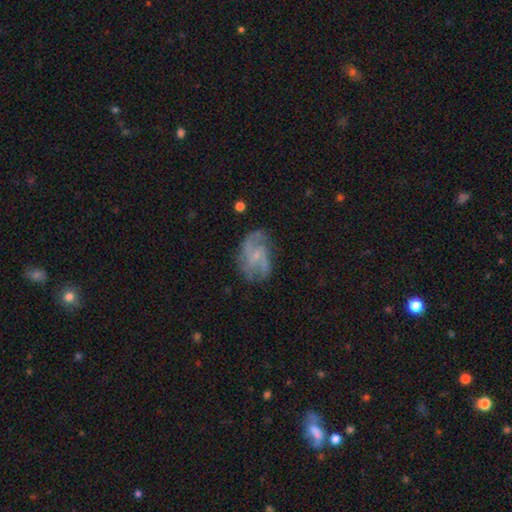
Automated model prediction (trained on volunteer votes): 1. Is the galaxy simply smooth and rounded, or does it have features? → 76% featured or disk, 16% smooth, 7% star or artifact.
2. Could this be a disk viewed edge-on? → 98% no, 2% yes.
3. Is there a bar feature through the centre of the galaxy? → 53% no, 39% weak, 7% strong.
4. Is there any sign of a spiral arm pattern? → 90% yes, 10% no.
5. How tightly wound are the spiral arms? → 46% medium, 32% loose, 21% tight.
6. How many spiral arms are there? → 48% 2, 20% can't tell, 18% 3, 5% 4, 5% 1, 4% more than 4.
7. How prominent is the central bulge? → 69% small, 15% none, 14% moderate, 1% large, 1% dominant.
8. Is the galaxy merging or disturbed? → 61% none, 23% minor disturbance, 13% major disturbance, 2% merger.